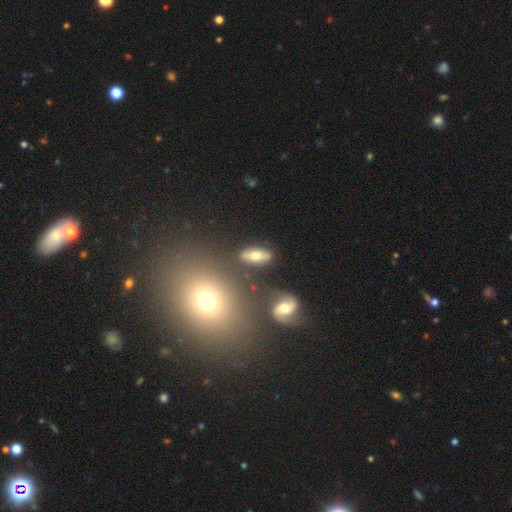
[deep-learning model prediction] The model was most divided on "smooth or featured": smooth: 60%, featured or disk: 30%, star or artifact: 9%. More confident: merging — none (81%); how rounded — in between (72%).